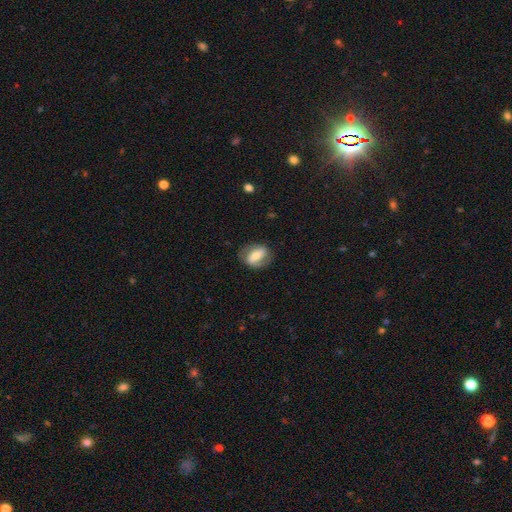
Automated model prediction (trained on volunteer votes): Overall: smooth (48%; featured or disk 45%). Merging: none (74%).